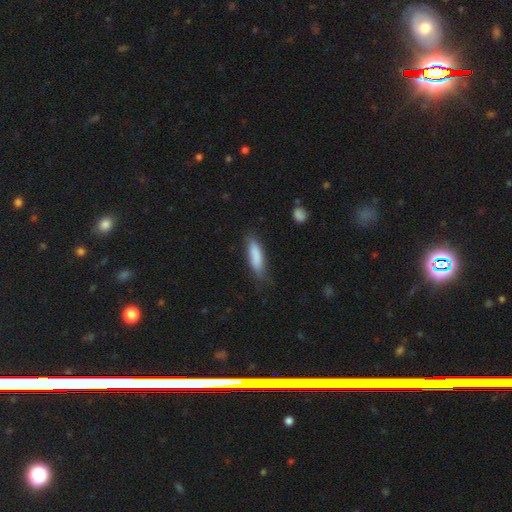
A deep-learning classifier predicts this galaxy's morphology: This appears to be a smooth galaxy with no disk features (84%) that is cigar-shaped (63%). Merging: none (74%).